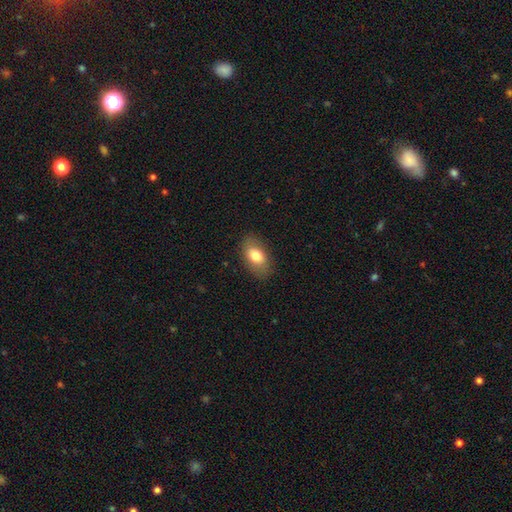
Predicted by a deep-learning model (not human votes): This is likely a smooth galaxy (79%). How rounded: clearly in between (91%). Merging: clearly none (83%).